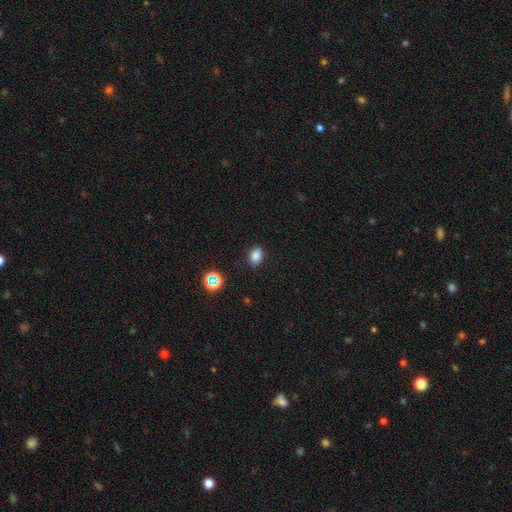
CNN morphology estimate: smooth 82%, star or artifact 13%, featured or disk 5%. Down the decision tree: how rounded — in between (74%); merging — none (85%).